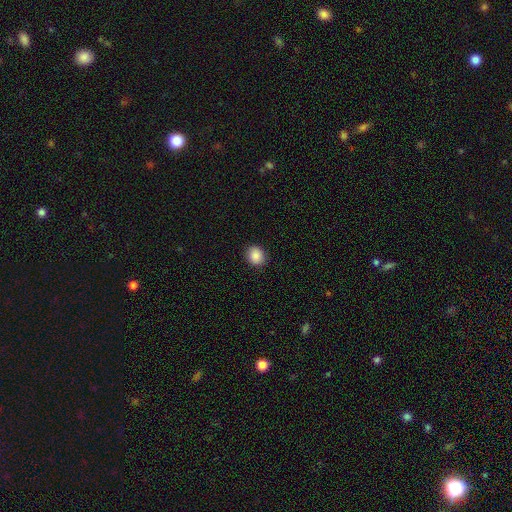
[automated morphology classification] type=smooth (87%); roundness=round (72%); merging=none (90%).